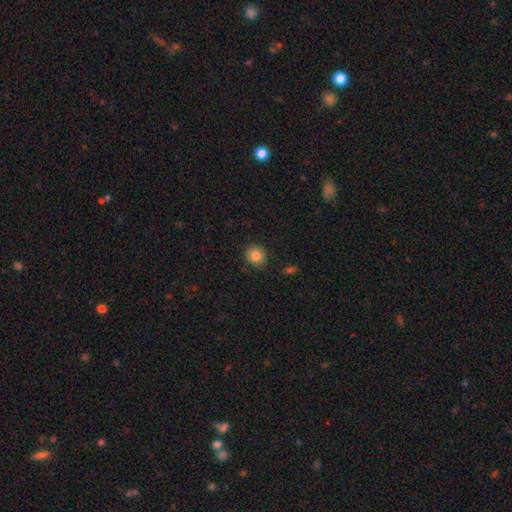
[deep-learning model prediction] Smooth or featured?
  - smooth: 85% *
  - star or artifact: 10%
  - featured or disk: 5%
How rounded?
  - round: 83% *
  - in between: 16%
  - cigar-shaped: 1%
Merging?
  - none: 84% *
  - minor disturbance: 12%
  - major disturbance: 3%
  - merger: 1%